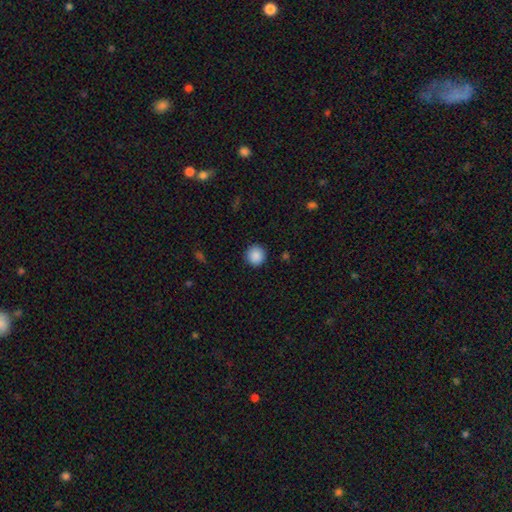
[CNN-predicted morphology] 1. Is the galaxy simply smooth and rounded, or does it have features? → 89% smooth, 8% star or artifact, 3% featured or disk.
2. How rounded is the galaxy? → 94% round, 5% in between, 1% cigar-shaped.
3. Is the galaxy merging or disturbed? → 91% none, 6% minor disturbance, 2% major disturbance, 1% merger.